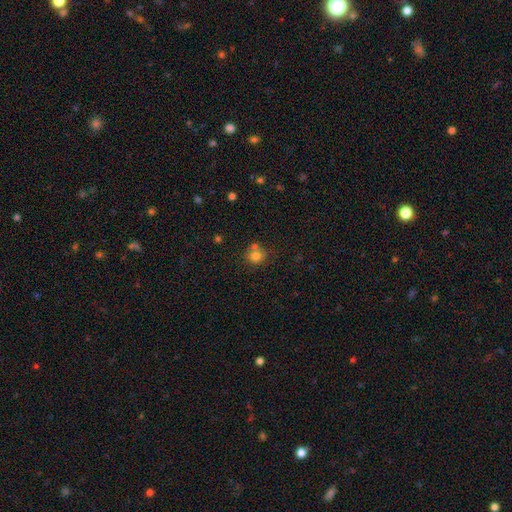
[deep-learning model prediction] Smooth or featured: smooth — 78% (star or artifact — 13%)
How rounded: round — 82% (in between — 17%)
Merging: none — 56% (merger — 29%)